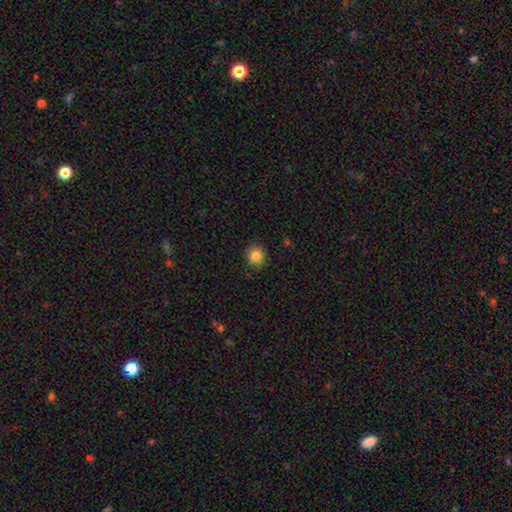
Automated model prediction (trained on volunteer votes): Smooth or featured? smooth (83%)
How rounded? round (86%)
Merging? none (91%)